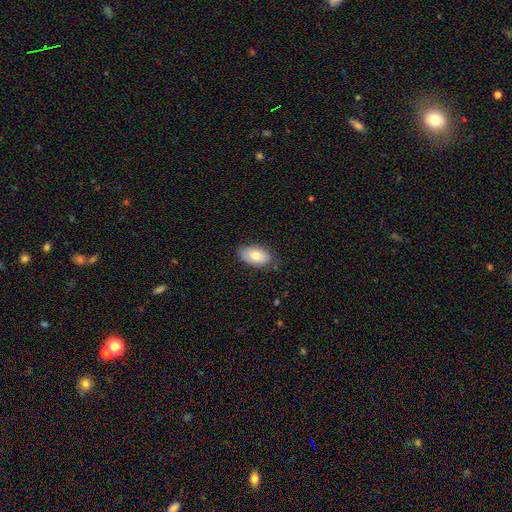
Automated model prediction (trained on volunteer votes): smooth 77%, featured or disk 16%, star or artifact 7%. Down the decision tree: how rounded — in between (93%); merging — none (77%).